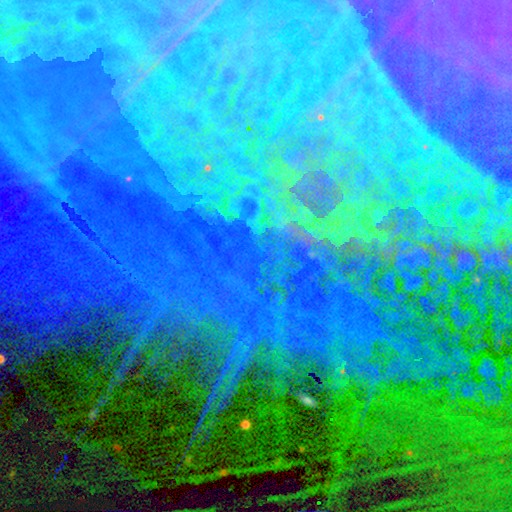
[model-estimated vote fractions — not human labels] smooth-or-featured: star or artifact: 80% | featured or disk: 12% | smooth: 8%